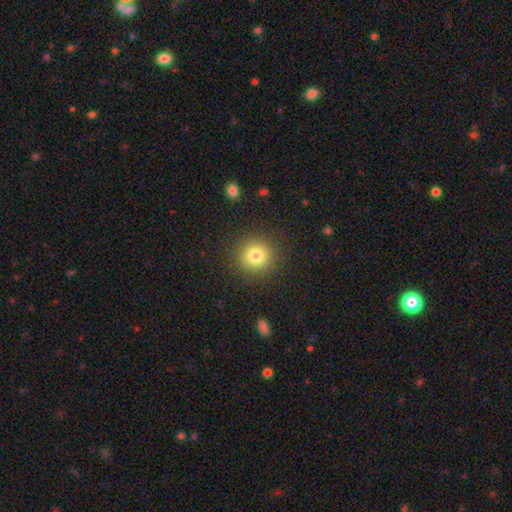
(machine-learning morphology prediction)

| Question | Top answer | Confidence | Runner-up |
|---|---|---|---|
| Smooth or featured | smooth | 80% | star or artifact (13%) |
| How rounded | round | 93% | in between (7%) |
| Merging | none | 90% | minor disturbance (6%) |